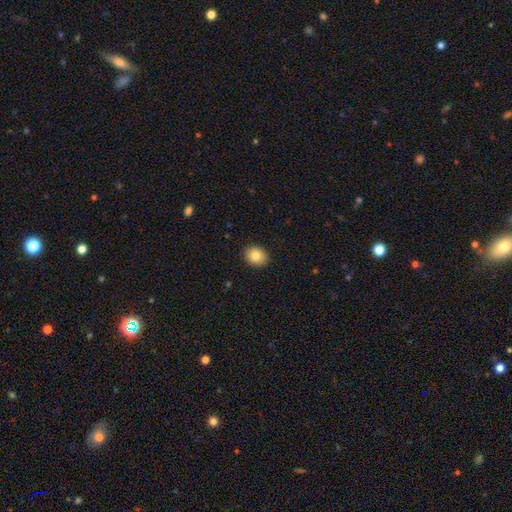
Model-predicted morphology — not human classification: A smooth galaxy with no disk features (83%) that is round (57%). Merging: none (90%).